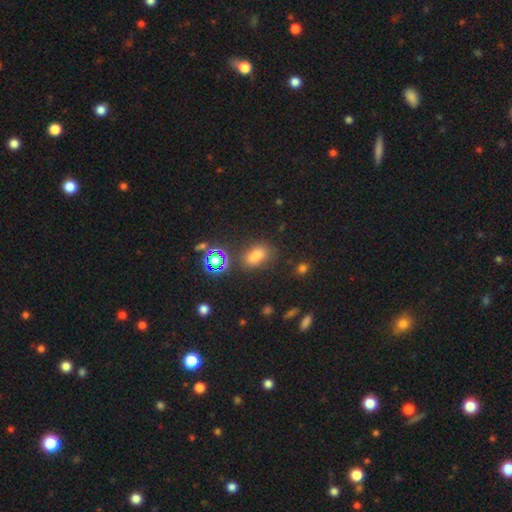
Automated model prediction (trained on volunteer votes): Overall: smooth (70%). How rounded: in between (80%). Merging: none (75%).